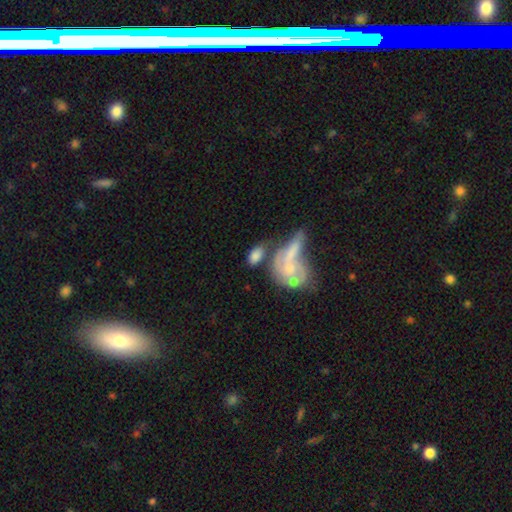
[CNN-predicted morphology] Smooth or featured? Predicted: smooth (p=0.62). How rounded? Predicted: in between (p=0.86). Merging? Predicted: none (p=0.39).